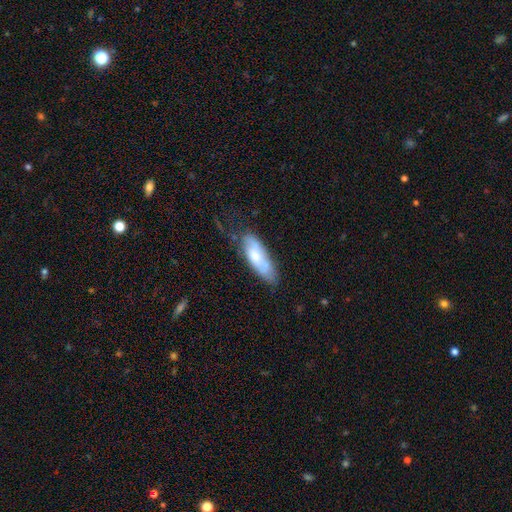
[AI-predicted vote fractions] The model was most divided on "smooth or featured": smooth: 56%, featured or disk: 38%, star or artifact: 7%. More confident: how rounded — in between (62%); merging — none (55%).